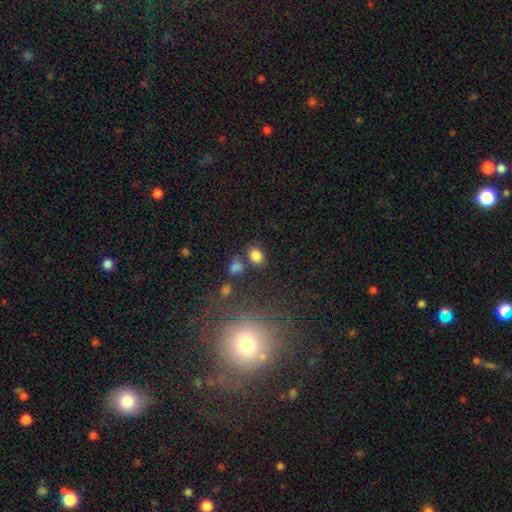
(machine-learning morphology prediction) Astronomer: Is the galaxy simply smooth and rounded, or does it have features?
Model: smooth — 82%.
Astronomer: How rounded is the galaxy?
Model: in between — 58% (runner-up: round, 41%).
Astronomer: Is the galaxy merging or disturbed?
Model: none — 72%.